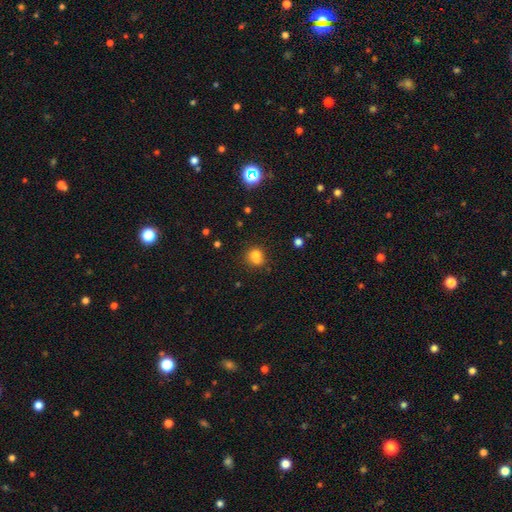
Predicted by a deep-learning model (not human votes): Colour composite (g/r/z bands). It shows a smooth galaxy with no disk features (75%) that is round (79%). Merging: none (47%).